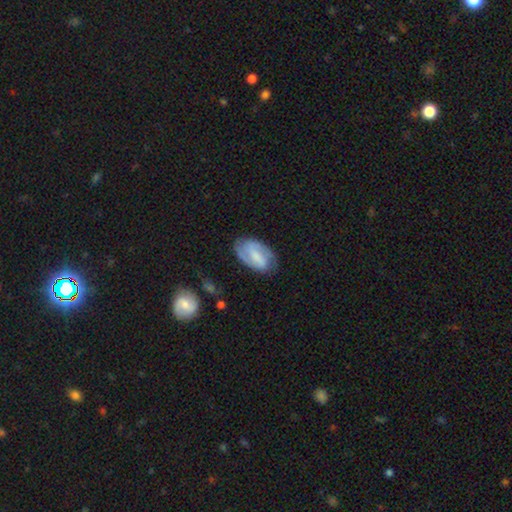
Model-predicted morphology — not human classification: A featured or disk galaxy (67%) with a weak bar (46%), 2 (79%) medium (45%) spiral arms (89%) and a small central bulge (40%).

Vote fractions:
- Smooth or featured? featured or disk: 67% / smooth: 27% / star or artifact: 6%
- Edge-on disk? no: 96% / yes: 4%
- Bar? weak: 46% / strong: 34% / no: 20%
- Spiral arms? yes: 89% / no: 11%
- Spiral winding? medium: 45% / tight: 39% / loose: 17%
- Spiral arm count? 2: 79% / can't tell: 11% / 1: 4% / 3: 3% / 4: 1% / more than 4: 1%
- Bulge size? small: 40% / none: 27% / moderate: 26% / large: 6% / dominant: 2%
- Merging? none: 74% / minor disturbance: 18% / major disturbance: 6% / merger: 2%